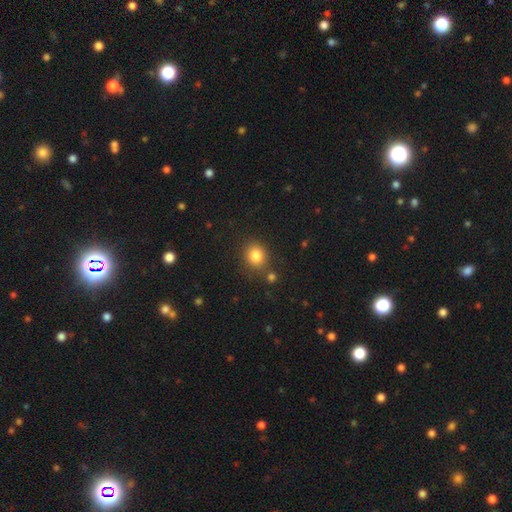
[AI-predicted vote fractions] Morphology: type=smooth (83%); roundness=round (72%); merging=none (80%).